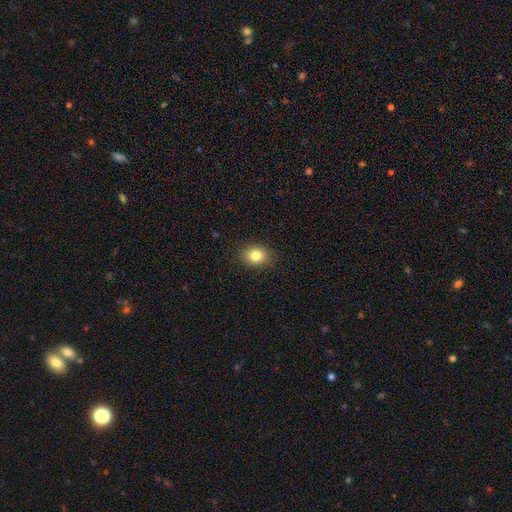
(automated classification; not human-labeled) Smooth or featured: smooth — 82% (star or artifact — 11%)
How rounded: in between — 51% (round — 48%)
Merging: none — 89% (minor disturbance — 8%)